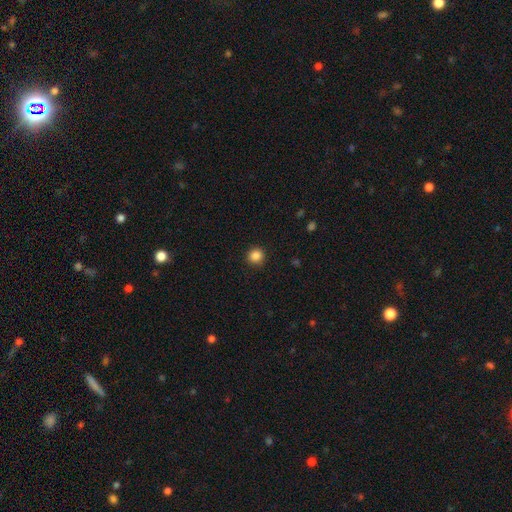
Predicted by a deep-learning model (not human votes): A smooth galaxy with no disk features (86%) that is round (93%).

Vote fractions:
- Smooth or featured? smooth: 86% / star or artifact: 11% / featured or disk: 3%
- How rounded? round: 93% / in between: 6% / cigar-shaped: 1%
- Merging? none: 91% / minor disturbance: 6% / major disturbance: 2% / merger: 1%